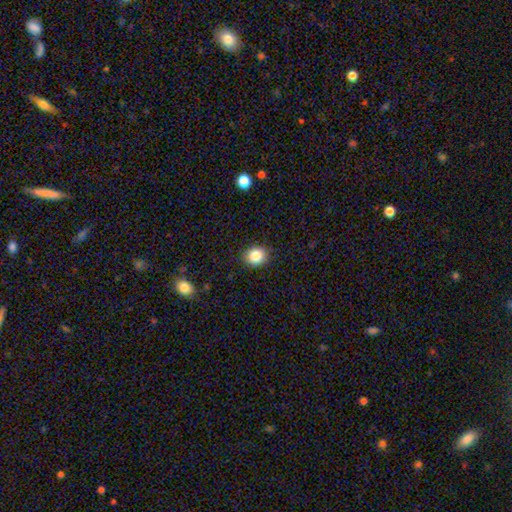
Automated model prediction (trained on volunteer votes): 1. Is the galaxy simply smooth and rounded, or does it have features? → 85% smooth, 10% star or artifact, 5% featured or disk.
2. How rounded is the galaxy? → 79% round, 20% in between, 1% cigar-shaped.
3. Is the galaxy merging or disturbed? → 88% none, 9% minor disturbance, 2% major disturbance, 1% merger.